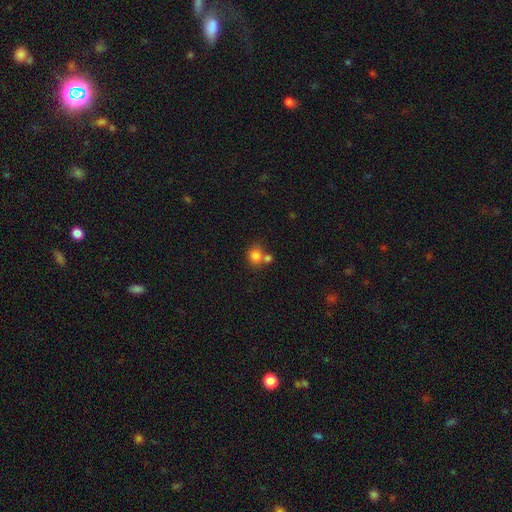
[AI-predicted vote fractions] Smooth or featured? Predicted: smooth (p=0.82). How rounded? Predicted: round (p=0.77). Merging? Predicted: none (p=0.53).